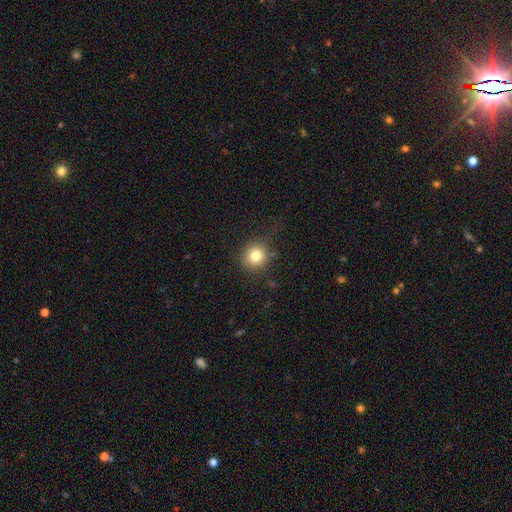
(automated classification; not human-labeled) Smooth or featured?
  - smooth: 80% *
  - star or artifact: 12%
  - featured or disk: 8%
How rounded?
  - round: 90% *
  - in between: 9%
  - cigar-shaped: 1%
Merging?
  - none: 81% *
  - minor disturbance: 13%
  - major disturbance: 5%
  - merger: 2%